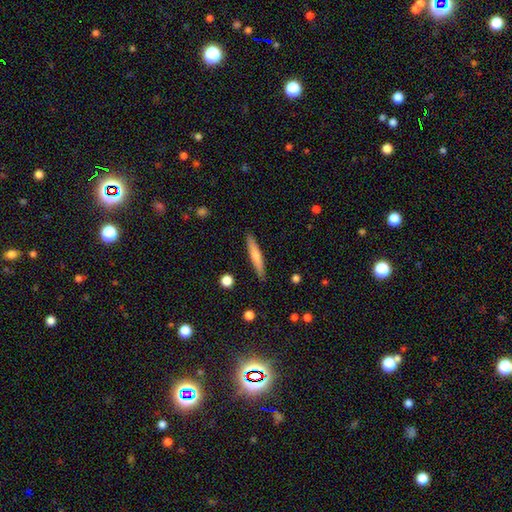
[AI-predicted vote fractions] A smooth galaxy with no disk features (66%) that is cigar-shaped (92%). Merging: none (88%).